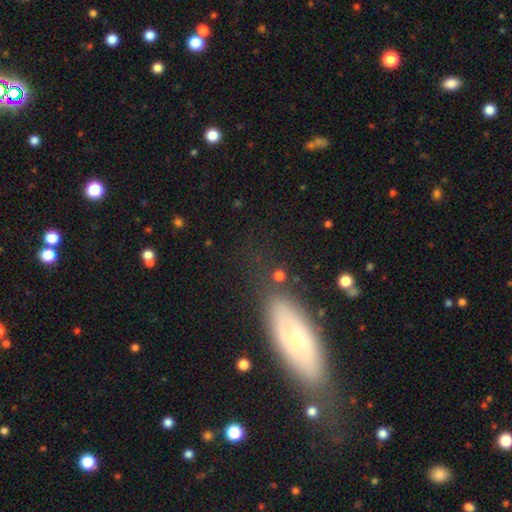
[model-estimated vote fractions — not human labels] smooth-or-featured: smooth: 48% | featured or disk: 41% | star or artifact: 12%
  merging: none: 73% | minor disturbance: 17% | major disturbance: 7% | merger: 4%